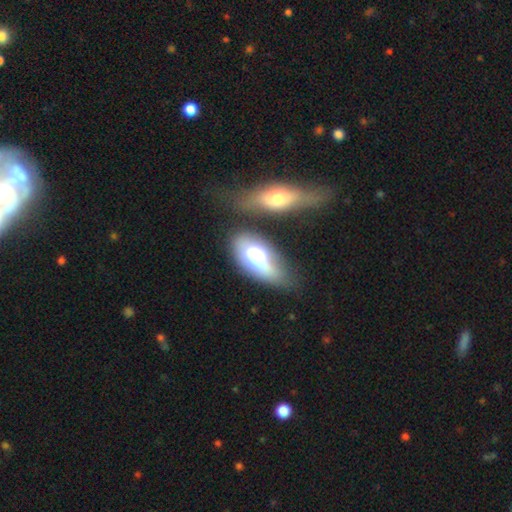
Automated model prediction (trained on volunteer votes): Smooth or featured?
  - smooth: 64% *
  - featured or disk: 28%
  - star or artifact: 8%
How rounded?
  - in between: 89% *
  - cigar-shaped: 6%
  - round: 5%
Merging?
  - none: 40% *
  - minor disturbance: 22%
  - merger: 22%
  - major disturbance: 16%